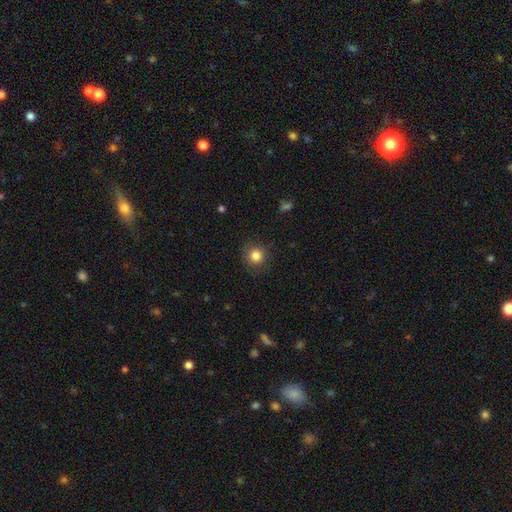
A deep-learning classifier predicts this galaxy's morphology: Smooth or featured? Predicted: smooth (p=0.84). How rounded? Predicted: round (p=0.93). Merging? Predicted: none (p=0.86).